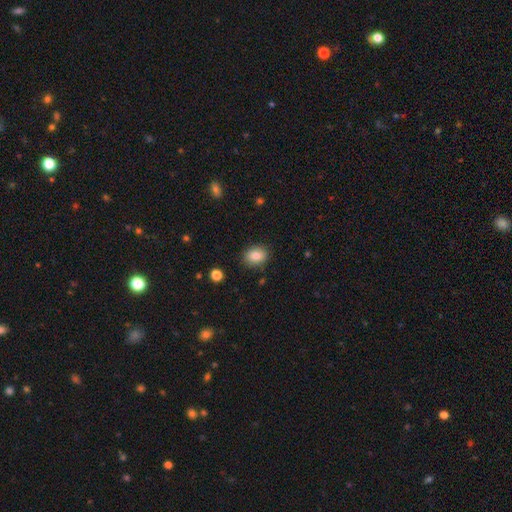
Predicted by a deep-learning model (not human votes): smooth-or-featured: smooth: 85% | star or artifact: 9% | featured or disk: 6%
  how-rounded: in between: 61% | round: 37% | cigar-shaped: 1%
  merging: none: 86% | minor disturbance: 10% | major disturbance: 3% | merger: 1%